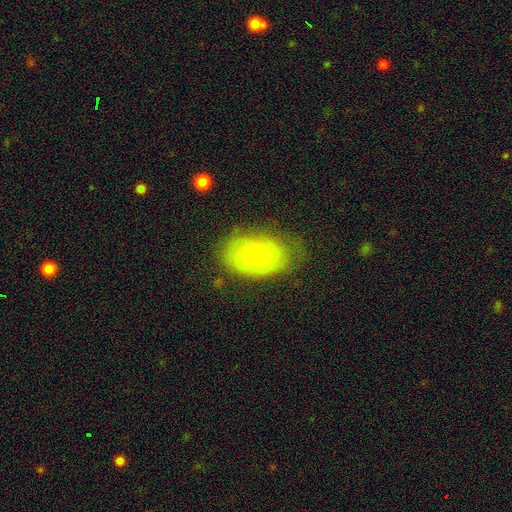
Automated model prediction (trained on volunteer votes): Smooth or featured? Predicted: featured or disk (p=0.68). Edge-on disk? Predicted: no (p=0.96). Bar? Predicted: no (p=0.57). Spiral arms? Predicted: yes (p=0.87). Spiral winding? Predicted: tight (p=0.50). Spiral arm count? Predicted: 2 (p=0.57). Bulge size? Predicted: small (p=0.73). Merging? Predicted: none (p=0.68).